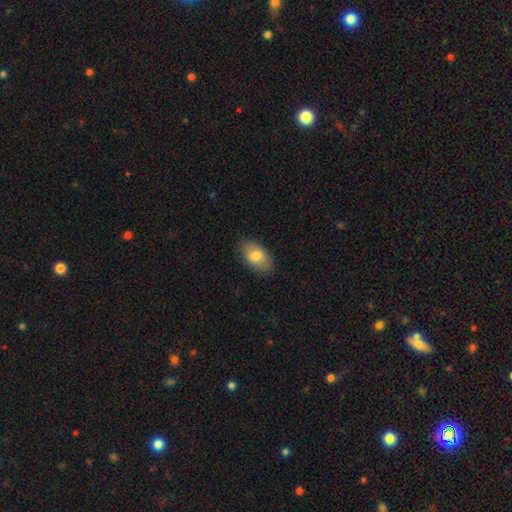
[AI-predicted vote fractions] smooth-or-featured: smooth: 78% | featured or disk: 15% | star or artifact: 7%
  how-rounded: in between: 93% | round: 5% | cigar-shaped: 2%
  merging: none: 85% | minor disturbance: 12% | major disturbance: 3% | merger: 1%